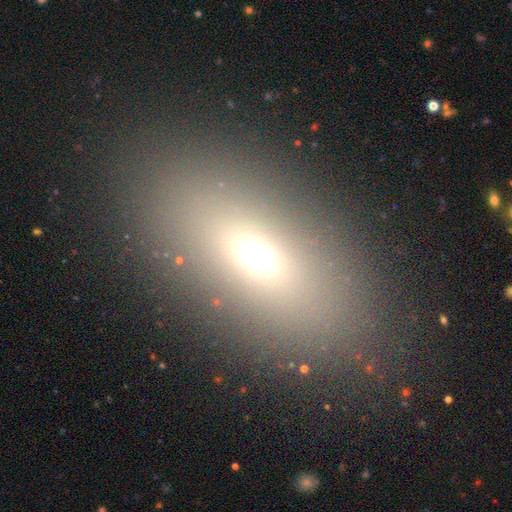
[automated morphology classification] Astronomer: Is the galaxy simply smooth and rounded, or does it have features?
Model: smooth — 62%.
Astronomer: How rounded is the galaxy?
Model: in between — 80%.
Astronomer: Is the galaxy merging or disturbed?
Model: none — 83%.